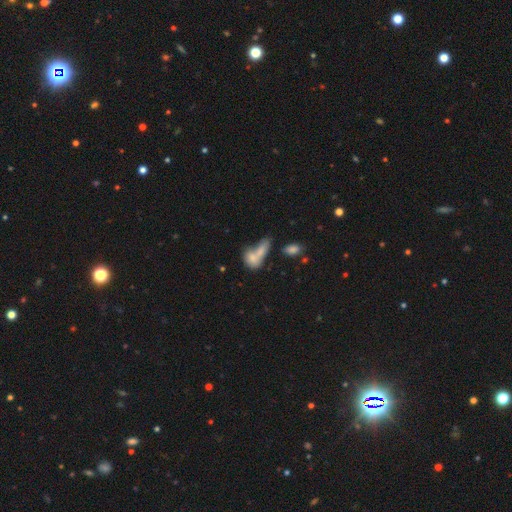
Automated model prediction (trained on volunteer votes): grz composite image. It shows a smooth galaxy with no disk features (75%) that is in between round and cigar-shaped (77%). Merging: merger (60%).